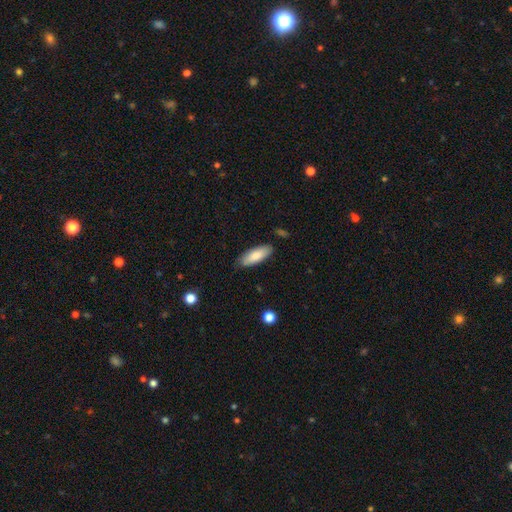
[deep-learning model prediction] Q: Smooth or featured?
A: smooth (82%); runner-up: featured or disk (12%)
Q: How rounded?
A: in between (71%); runner-up: cigar-shaped (27%)
Q: Merging?
A: none (84%); runner-up: minor disturbance (12%)